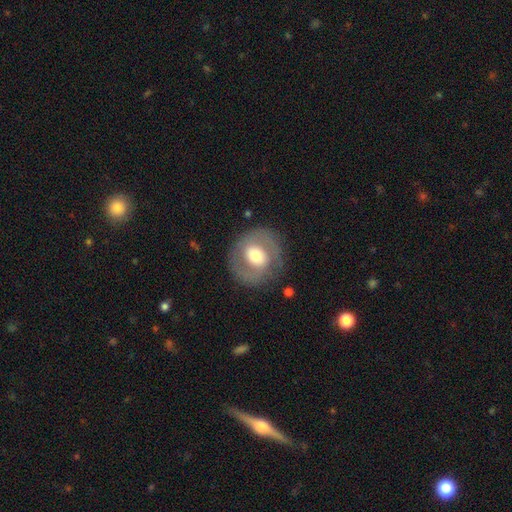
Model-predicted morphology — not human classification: This is possibly a featured or disk galaxy (60%). It is clearly not viewed edge-on (97%). Bar: possibly no (46%). Spiral arm pattern: likely yes (63%). Central bulge: possibly moderate (57%). Merging: likely none (80%).